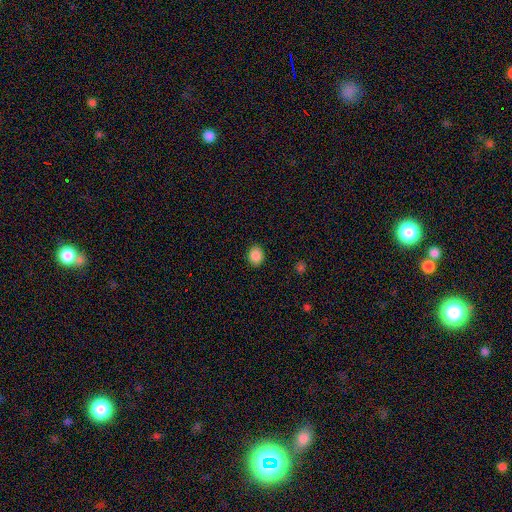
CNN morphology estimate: Smooth or featured: smooth — 88% (star or artifact — 9%)
How rounded: round — 57% (in between — 42%)
Merging: none — 89% (minor disturbance — 8%)